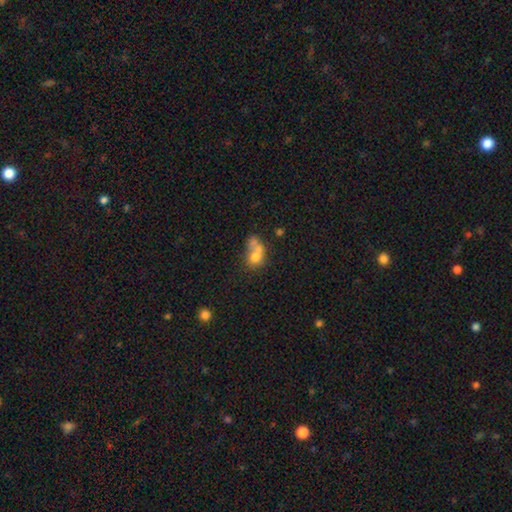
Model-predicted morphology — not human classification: smooth 66%, featured or disk 22%, star or artifact 12%. Down the decision tree: how rounded — round (52%); merging — merger (57%).